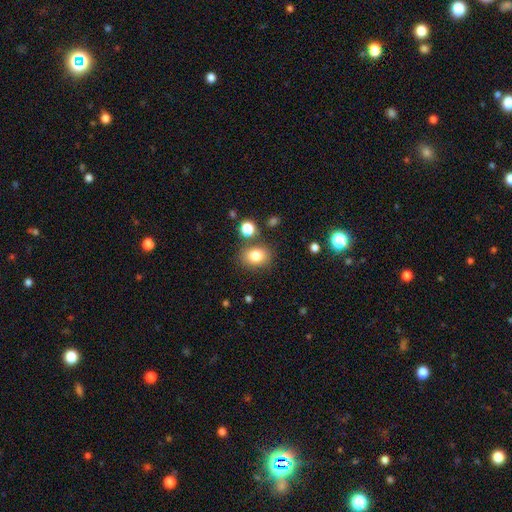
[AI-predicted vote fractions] smooth-or-featured: smooth: 81% | star or artifact: 11% | featured or disk: 8%
  how-rounded: in between: 58% | round: 41% | cigar-shaped: 1%
  merging: none: 79% | minor disturbance: 11% | merger: 7% | major disturbance: 4%